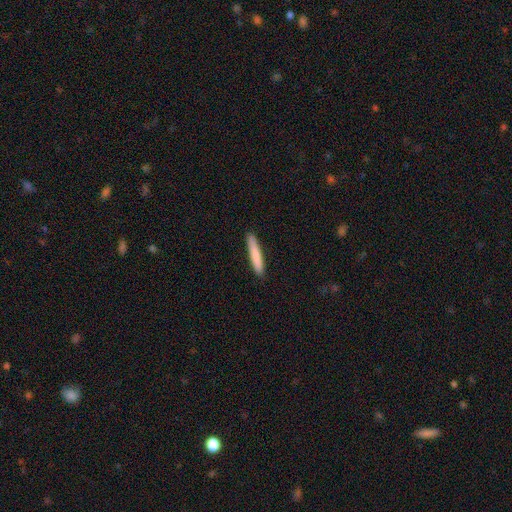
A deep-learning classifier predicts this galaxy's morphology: Smooth or featured: smooth — 81% (featured or disk — 13%)
How rounded: cigar-shaped — 94% (in between — 5%)
Merging: none — 91% (minor disturbance — 7%)